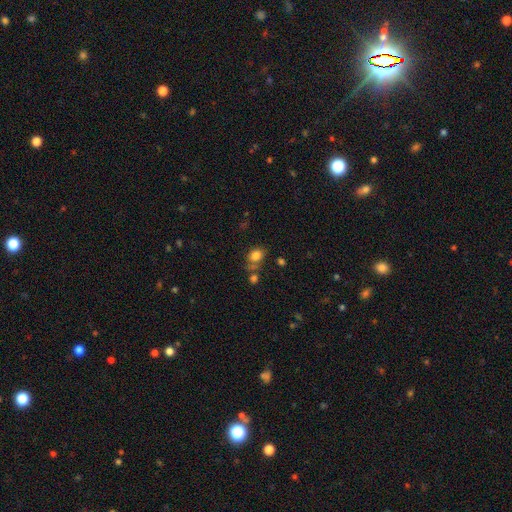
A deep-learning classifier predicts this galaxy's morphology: Smooth or featured?
  - smooth: 81% *
  - star or artifact: 12%
  - featured or disk: 7%
How rounded?
  - in between: 53% *
  - round: 46%
  - cigar-shaped: 1%
Merging?
  - none: 58% *
  - merger: 18%
  - minor disturbance: 17%
  - major disturbance: 7%